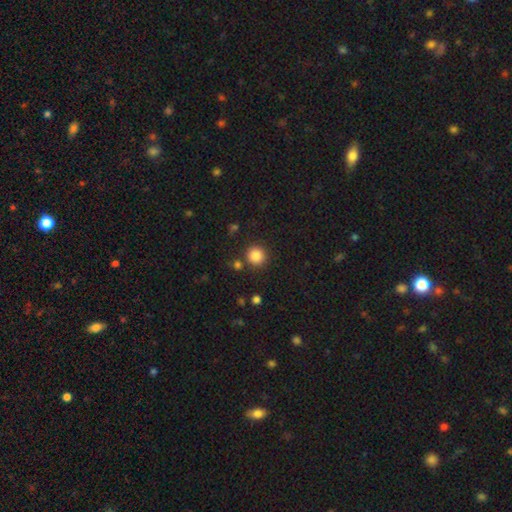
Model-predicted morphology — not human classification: Smooth or featured? Predicted: smooth (p=0.86). How rounded? Predicted: round (p=0.93). Merging? Predicted: none (p=0.85).